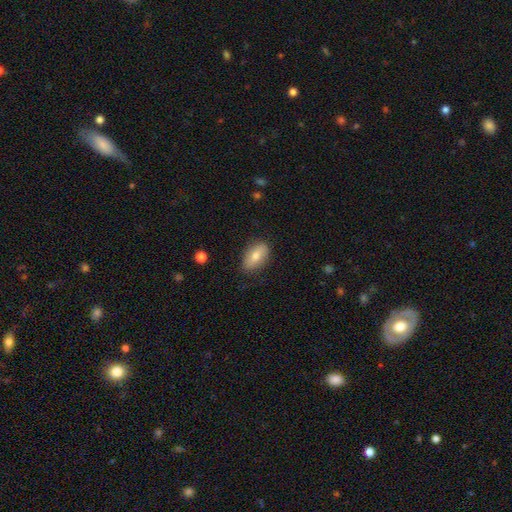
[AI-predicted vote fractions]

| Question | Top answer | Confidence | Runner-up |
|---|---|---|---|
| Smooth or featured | smooth | 74% | featured or disk (20%) |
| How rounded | in between | 90% | round (6%) |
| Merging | none | 81% | minor disturbance (14%) |